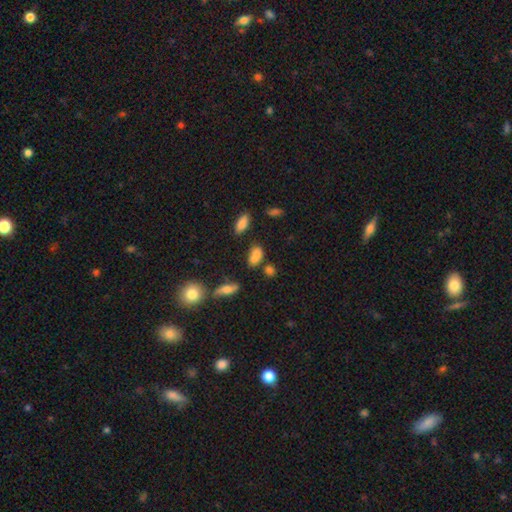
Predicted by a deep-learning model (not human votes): Smooth or featured?
  - smooth: 75% *
  - star or artifact: 14%
  - featured or disk: 11%
How rounded?
  - in between: 75% *
  - round: 20%
  - cigar-shaped: 5%
Merging?
  - none: 52% *
  - merger: 21%
  - minor disturbance: 20%
  - major disturbance: 7%